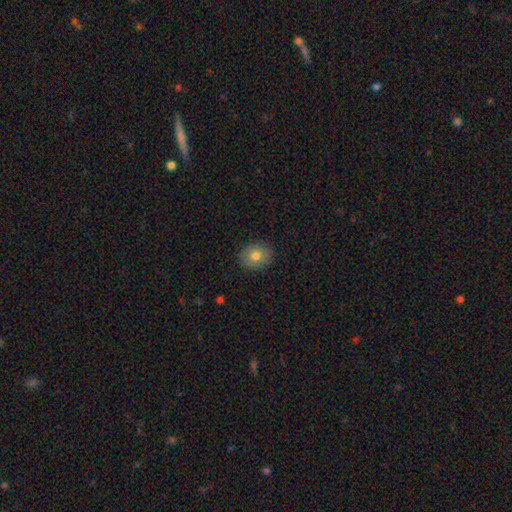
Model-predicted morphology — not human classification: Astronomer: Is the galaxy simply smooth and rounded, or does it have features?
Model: smooth — 77%.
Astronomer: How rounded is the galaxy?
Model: round — 56% (runner-up: in between, 43%).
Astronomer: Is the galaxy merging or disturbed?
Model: none — 89%.